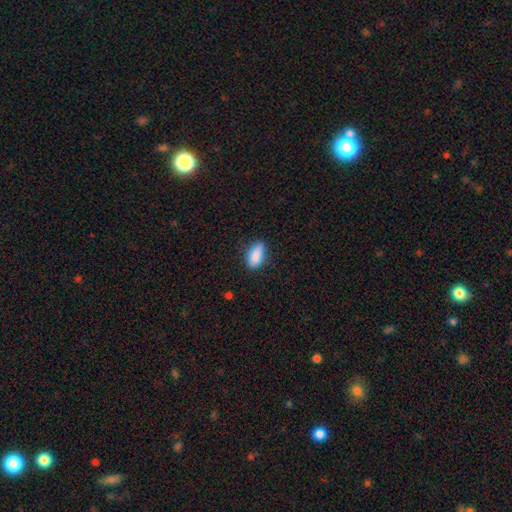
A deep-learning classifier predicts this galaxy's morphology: smooth-or-featured: smooth: 87% | star or artifact: 7% | featured or disk: 6%
  how-rounded: in between: 87% | cigar-shaped: 9% | round: 3%
  merging: none: 73% | minor disturbance: 21% | major disturbance: 4% | merger: 1%